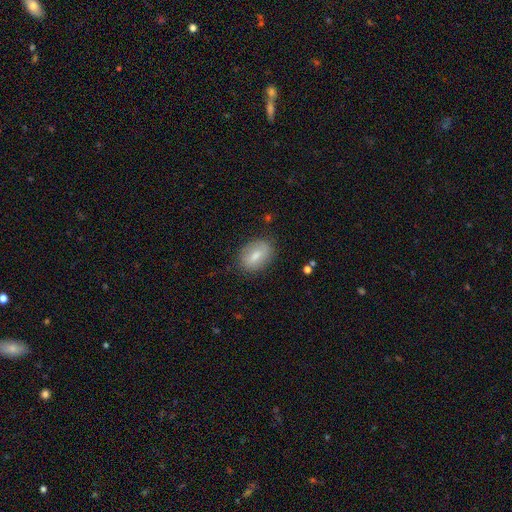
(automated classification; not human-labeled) Overall: smooth (73%). How rounded: in between (84%). Merging: none (79%).